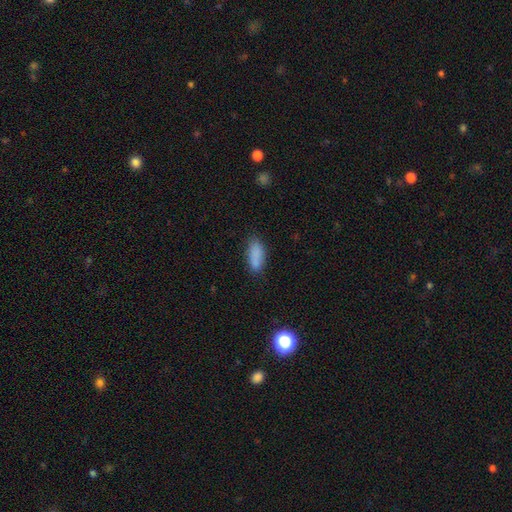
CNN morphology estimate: This appears to be a smooth galaxy with no disk features (85%) that is in between round and cigar-shaped (80%). Merging: none (74%).